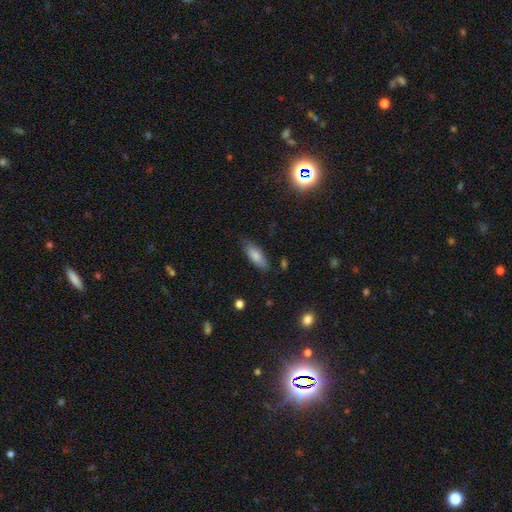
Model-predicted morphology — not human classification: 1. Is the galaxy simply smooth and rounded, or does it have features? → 78% smooth, 16% featured or disk, 7% star or artifact.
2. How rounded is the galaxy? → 72% in between, 26% cigar-shaped, 2% round.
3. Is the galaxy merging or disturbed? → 74% none, 20% minor disturbance, 4% major disturbance, 2% merger.